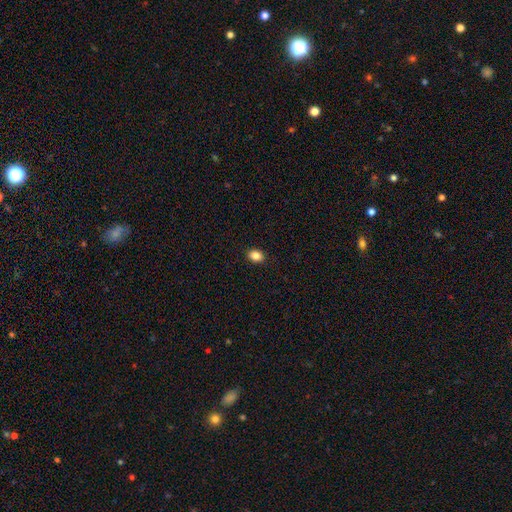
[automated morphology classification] A smooth galaxy with no disk features (86%) that is in between round and cigar-shaped (63%). Merging: none (91%).